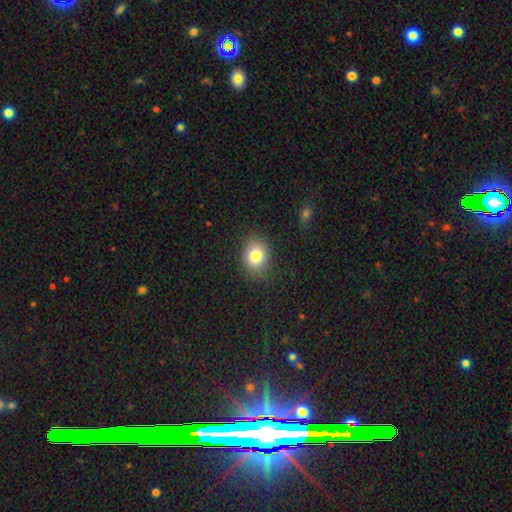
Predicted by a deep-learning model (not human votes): Smooth or featured?
  - smooth: 80% *
  - star or artifact: 11%
  - featured or disk: 9%
How rounded?
  - round: 55% *
  - in between: 44%
  - cigar-shaped: 1%
Merging?
  - none: 84% *
  - minor disturbance: 11%
  - major disturbance: 4%
  - merger: 1%